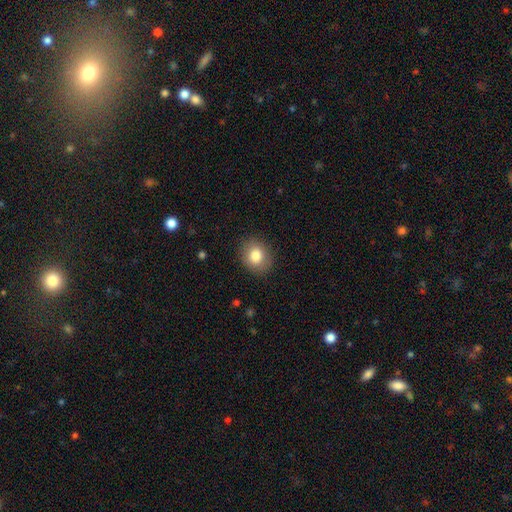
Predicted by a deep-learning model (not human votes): A smooth galaxy with no disk features (82%) that is round (62%).

Vote fractions:
- Smooth or featured? smooth: 82% / featured or disk: 10% / star or artifact: 9%
- How rounded? round: 62% / in between: 37% / cigar-shaped: 1%
- Merging? none: 87% / minor disturbance: 9% / major disturbance: 3% / merger: 1%